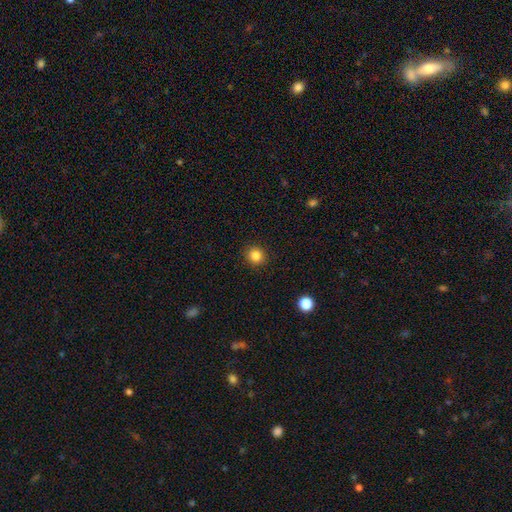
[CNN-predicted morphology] Smooth or featured: smooth — 84% (star or artifact — 12%)
How rounded: round — 90% (in between — 9%)
Merging: none — 92% (minor disturbance — 6%)